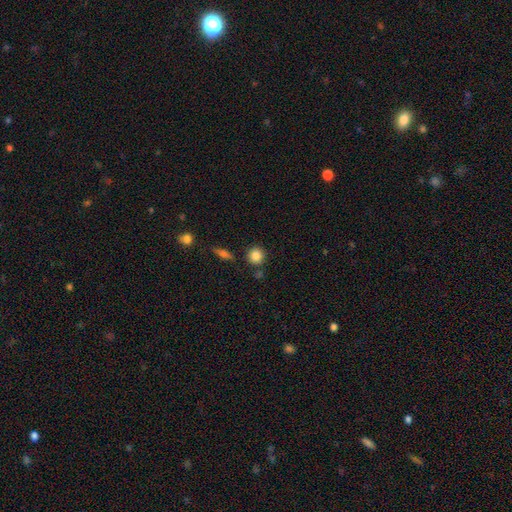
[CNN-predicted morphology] A smooth galaxy with no disk features (85%) that is round (89%).

Vote fractions:
- Smooth or featured? smooth: 85% / star or artifact: 10% / featured or disk: 5%
- How rounded? round: 89% / in between: 10% / cigar-shaped: 1%
- Merging? none: 82% / minor disturbance: 9% / merger: 6% / major disturbance: 3%